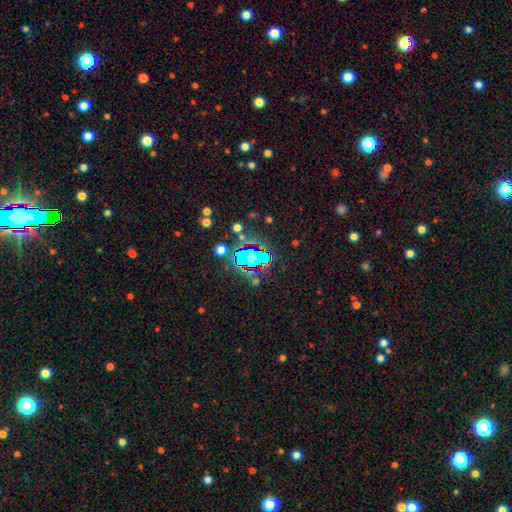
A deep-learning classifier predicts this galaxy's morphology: A star or artifact, not a galaxy (69%).

Vote fractions:
- Smooth or featured? star or artifact: 69% / smooth: 17% / featured or disk: 14%